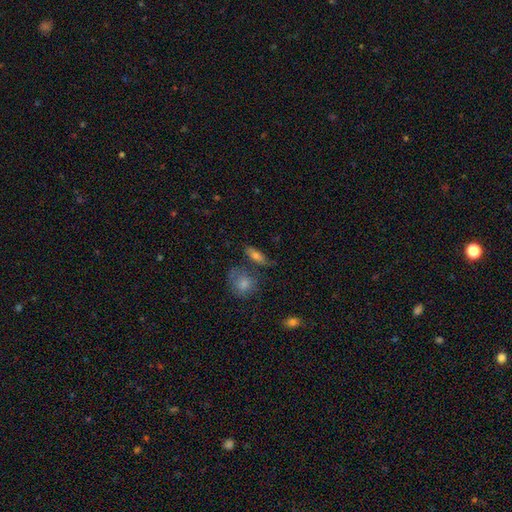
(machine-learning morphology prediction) The model was most divided on "how rounded": in between: 60%, cigar-shaped: 33%, round: 8%. More confident: smooth or featured — smooth (67%); merging — none (63%).